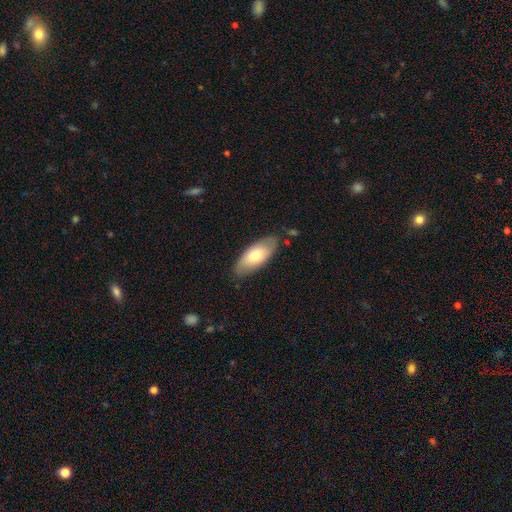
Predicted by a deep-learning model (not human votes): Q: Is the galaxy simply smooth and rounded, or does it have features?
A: smooth — 67%.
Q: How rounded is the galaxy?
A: in between — 85%.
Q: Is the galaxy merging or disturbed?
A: none — 80%.